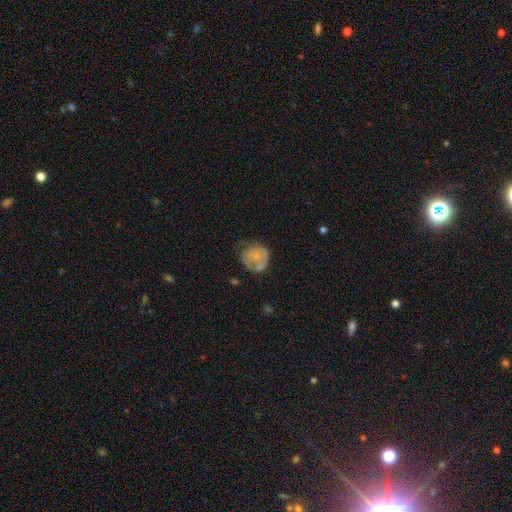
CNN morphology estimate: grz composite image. It shows a smooth galaxy with no disk features (58%) that is round (81%). Merging: none (43%).